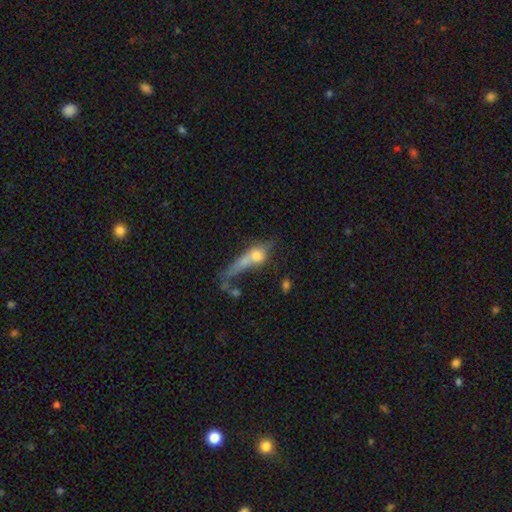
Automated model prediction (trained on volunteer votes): A smooth galaxy with no disk features (49%).

Vote fractions:
- Smooth or featured? smooth: 49% / featured or disk: 37% / star or artifact: 13%
- Merging? major disturbance: 37% / merger: 30% / none: 21% / minor disturbance: 12%